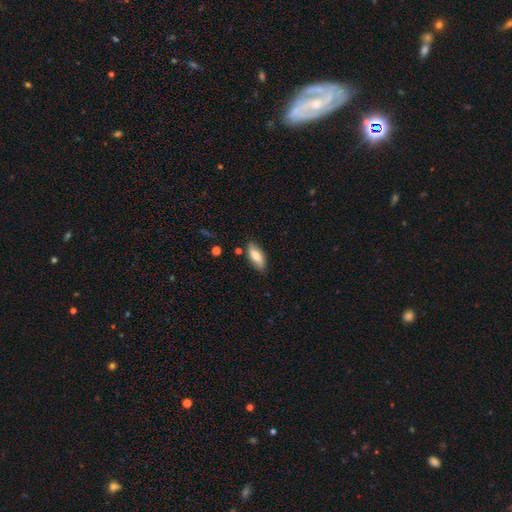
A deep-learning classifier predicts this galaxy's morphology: type=smooth (72%); roundness=in between (81%); merging=none (82%).